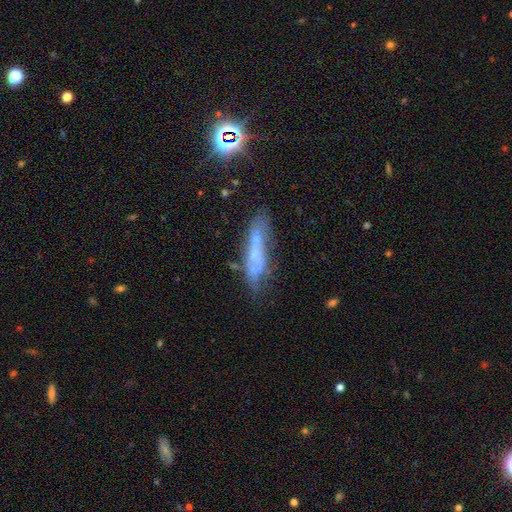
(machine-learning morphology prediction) smooth-or-featured: featured or disk: 50% | smooth: 36% | star or artifact: 13%
  disk-edge-on: no: 62% | yes: 38%
  merging: none: 49% | minor disturbance: 23% | merger: 16% | major disturbance: 13%